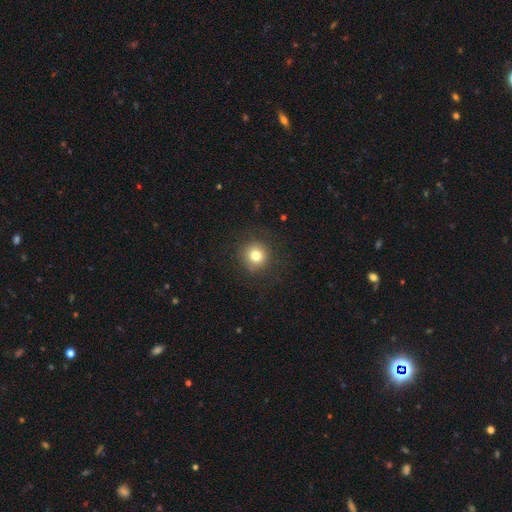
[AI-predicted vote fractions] Smooth or featured: smooth — 79% (star or artifact — 12%)
How rounded: round — 94% (in between — 5%)
Merging: none — 88% (minor disturbance — 8%)